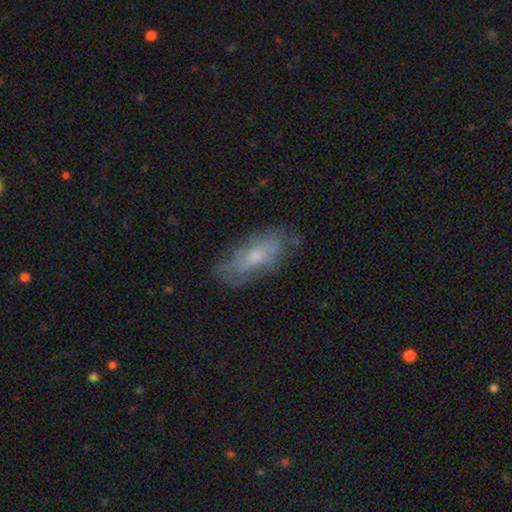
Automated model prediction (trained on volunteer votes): Smooth or featured?
  - featured or disk: 46% * (tied)
  - smooth: 46% * (tied)
  - star or artifact: 8%
Merging?
  - none: 72% *
  - minor disturbance: 21%
  - major disturbance: 6%
  - merger: 1%